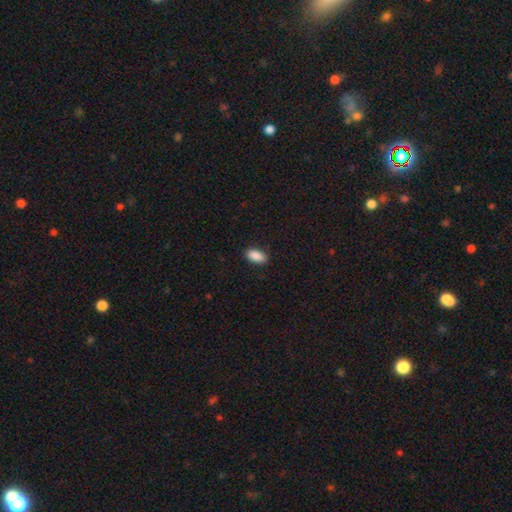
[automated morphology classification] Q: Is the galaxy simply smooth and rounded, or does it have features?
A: smooth — 90%.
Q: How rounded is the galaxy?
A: in between — 93%.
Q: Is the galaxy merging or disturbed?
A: none — 87%.